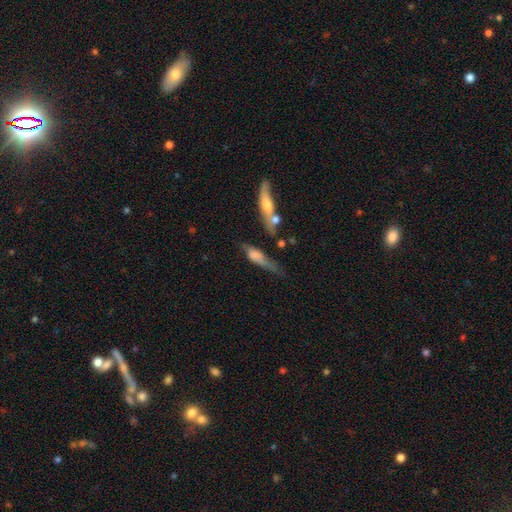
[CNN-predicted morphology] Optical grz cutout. It shows a smooth galaxy with no disk features (54%) that is cigar-shaped (58%). Merging: none (33%).